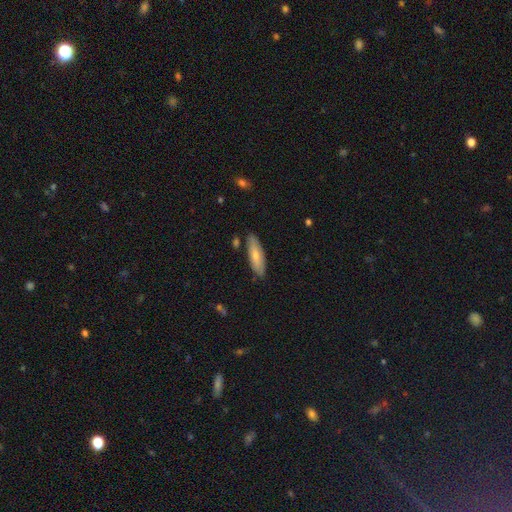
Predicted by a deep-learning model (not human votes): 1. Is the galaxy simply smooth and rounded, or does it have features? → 71% smooth, 24% featured or disk, 6% star or artifact.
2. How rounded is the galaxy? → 49% in between (tied), 49% cigar-shaped (tied), 2% round.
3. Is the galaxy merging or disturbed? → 83% none, 13% minor disturbance, 3% merger, 2% major disturbance.